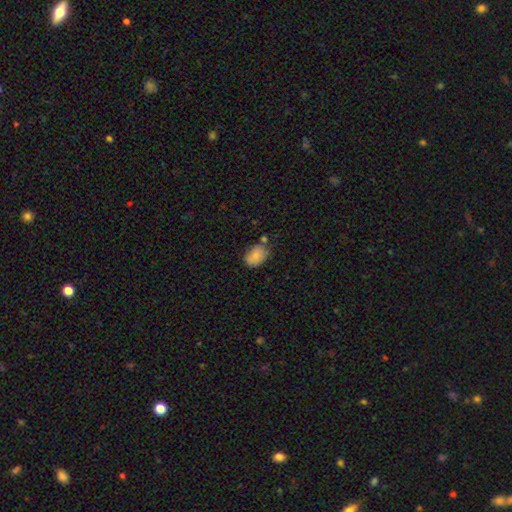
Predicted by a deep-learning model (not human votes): Smooth or featured?
  - smooth: 81% *
  - featured or disk: 11%
  - star or artifact: 8%
How rounded?
  - in between: 81% *
  - round: 17%
  - cigar-shaped: 1%
Merging?
  - none: 55% *
  - minor disturbance: 27%
  - merger: 11%
  - major disturbance: 6%